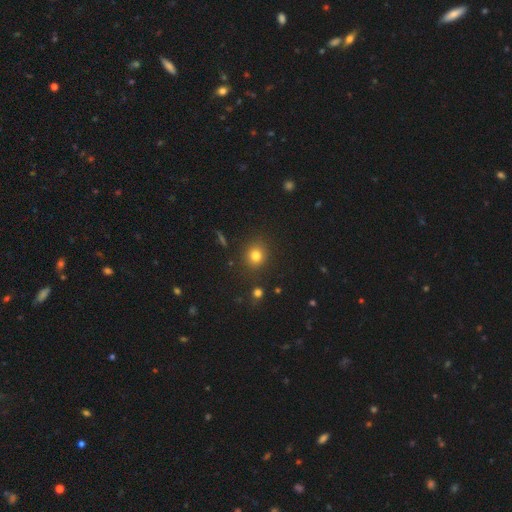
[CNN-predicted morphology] Q: Smooth or featured?
A: smooth (79%); runner-up: star or artifact (14%)
Q: How rounded?
A: round (84%); runner-up: in between (15%)
Q: Merging?
A: none (87%); runner-up: minor disturbance (8%)